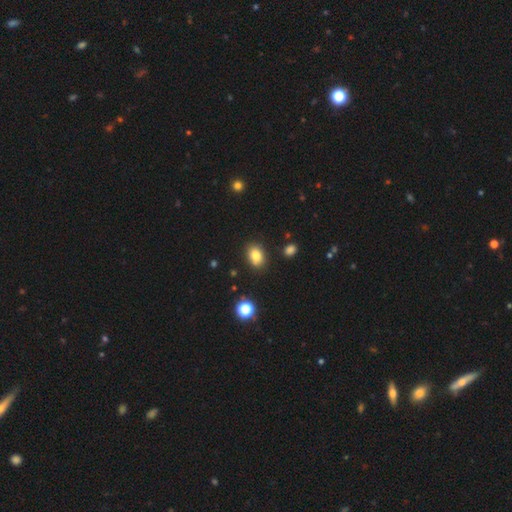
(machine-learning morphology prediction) smooth 82%, star or artifact 10%, featured or disk 7%. Down the decision tree: how rounded — in between (74%); merging — none (83%).